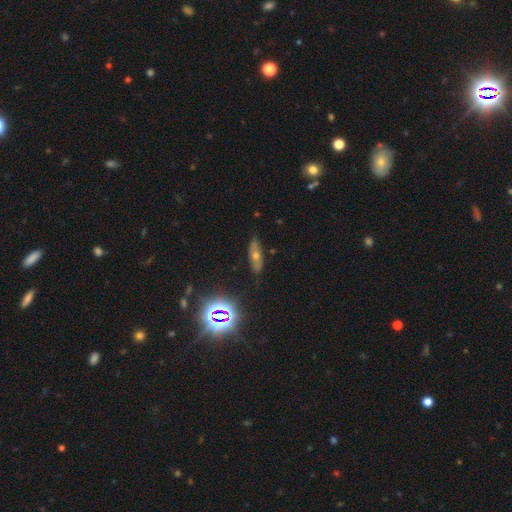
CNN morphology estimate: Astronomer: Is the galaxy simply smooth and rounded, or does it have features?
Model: featured or disk — 37% (runner-up: smooth, 35%).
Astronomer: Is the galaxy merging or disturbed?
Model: none — 82%.